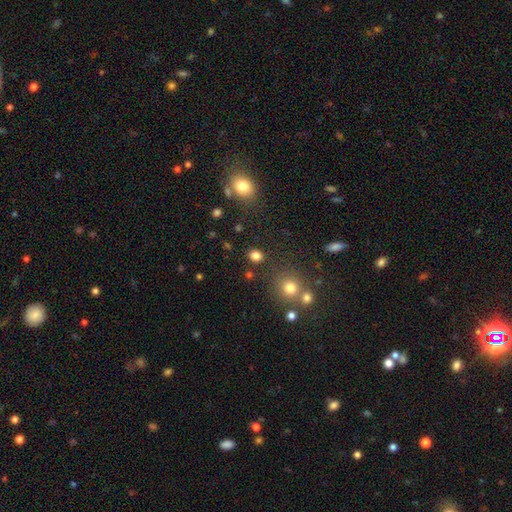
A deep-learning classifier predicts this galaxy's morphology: smooth 81%, star or artifact 15%, featured or disk 4%. Down the decision tree: how rounded — round (62%); merging — none (84%).